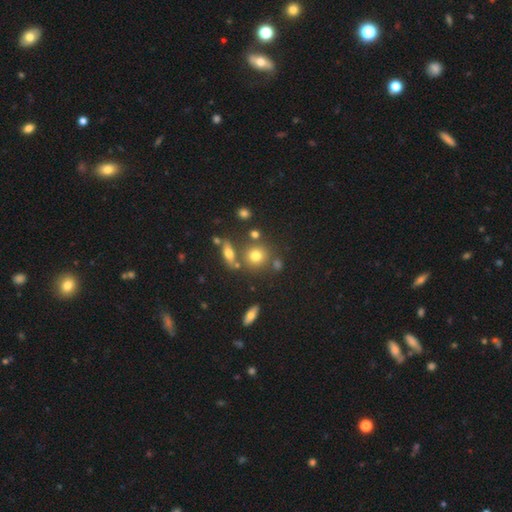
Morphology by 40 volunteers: A smooth galaxy with no disk features (75%) that is round (97%). Merging: none (75%).